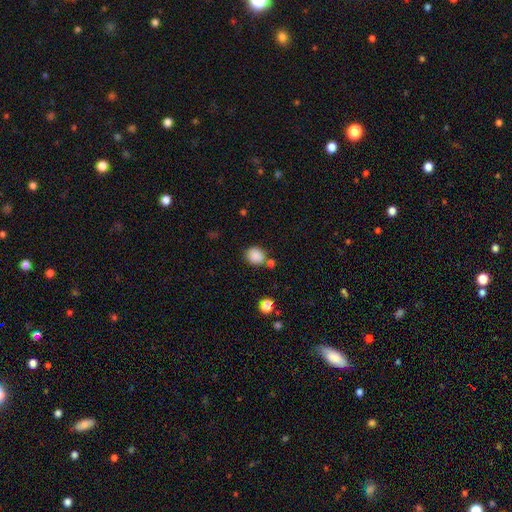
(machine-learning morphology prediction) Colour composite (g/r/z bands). It shows a smooth galaxy with no disk features (87%) that is round (67%). Merging: none (71%).